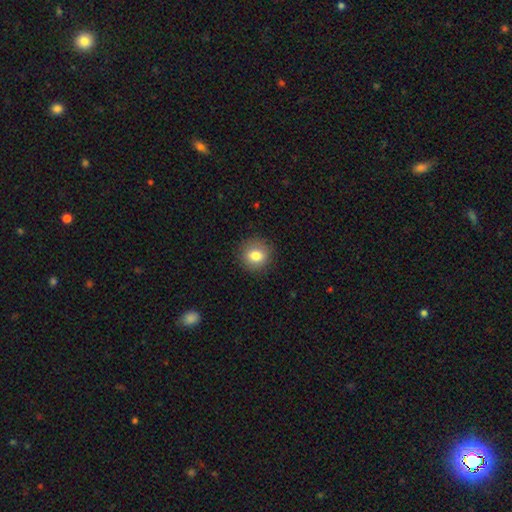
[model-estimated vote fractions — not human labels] Overall: smooth (81%). How rounded: round (83%). Merging: none (88%).